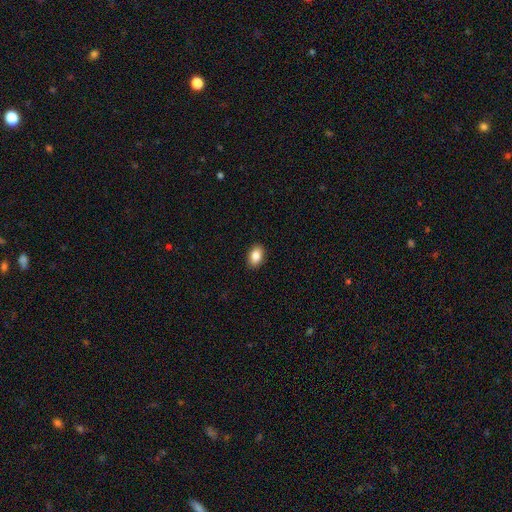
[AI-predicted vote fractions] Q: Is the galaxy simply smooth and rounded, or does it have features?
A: smooth — 86%.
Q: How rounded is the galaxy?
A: in between — 86%.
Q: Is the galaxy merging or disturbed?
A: none — 89%.